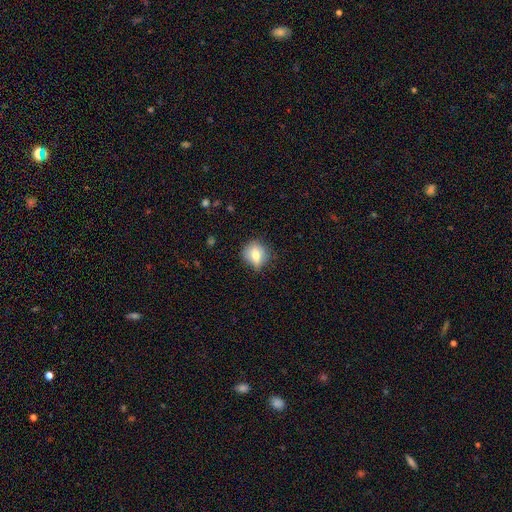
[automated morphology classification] The model was most divided on "how rounded": round: 70%, in between: 28%, cigar-shaped: 2%. More confident: merging — none (77%); smooth or featured — smooth (70%).